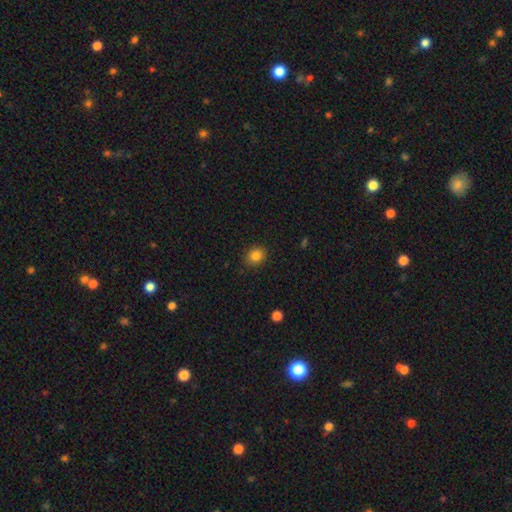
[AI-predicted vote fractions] Smooth or featured?
  - smooth: 84% *
  - star or artifact: 11%
  - featured or disk: 5%
How rounded?
  - round: 60% *
  - in between: 39%
  - cigar-shaped: 1%
Merging?
  - none: 87% *
  - minor disturbance: 9%
  - major disturbance: 2%
  - merger: 1%